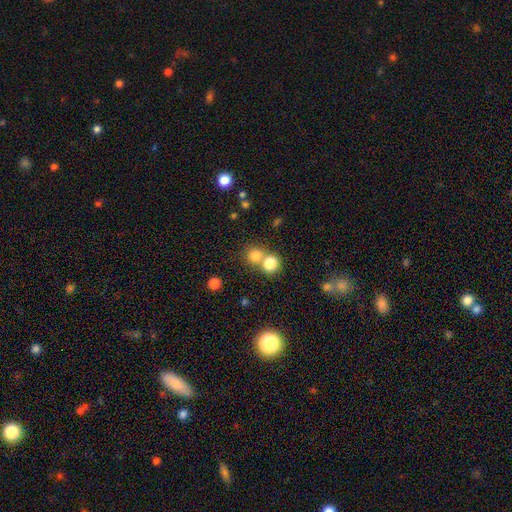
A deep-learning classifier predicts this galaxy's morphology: Smooth or featured?
  - smooth: 78% *
  - star or artifact: 14%
  - featured or disk: 8%
How rounded?
  - round: 85% *
  - in between: 14%
  - cigar-shaped: 1%
Merging?
  - none: 49% *
  - merger: 42%
  - minor disturbance: 6%
  - major disturbance: 3%